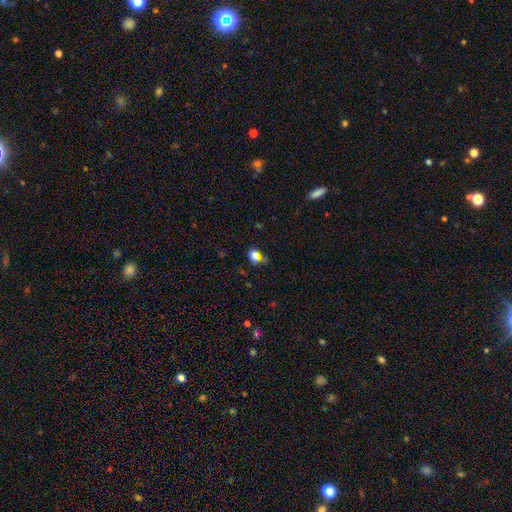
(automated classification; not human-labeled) This is likely a smooth galaxy (71%). How rounded: likely in between (61%). Merging: possibly none (48%).